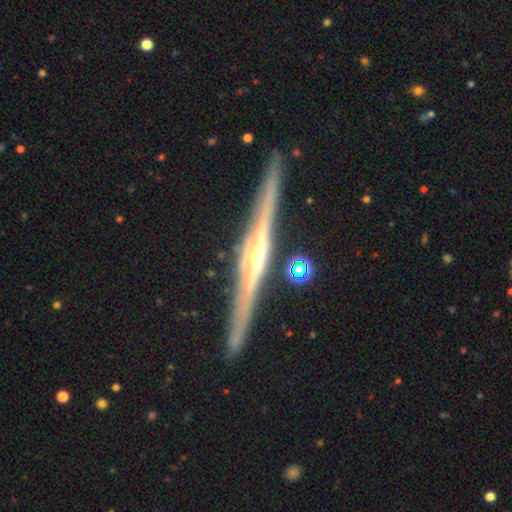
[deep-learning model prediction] smooth_or_featured: featured or disk (p=0.88) [alt: star or artifact p=0.06]
disk_edge_on: yes (p=0.98) [alt: no p=0.02]
edge_on_bulge: rounded (p=0.78) [alt: boxy p=0.13]
merging: none (p=0.91) [alt: minor disturbance p=0.06]